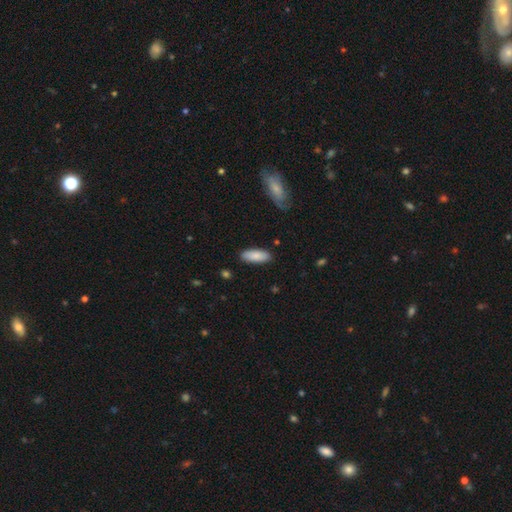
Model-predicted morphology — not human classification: Smooth or featured?
  - smooth: 86% *
  - featured or disk: 8%
  - star or artifact: 6%
How rounded?
  - in between: 75% *
  - cigar-shaped: 23%
  - round: 2%
Merging?
  - none: 87% *
  - minor disturbance: 10%
  - major disturbance: 2%
  - merger: 2%